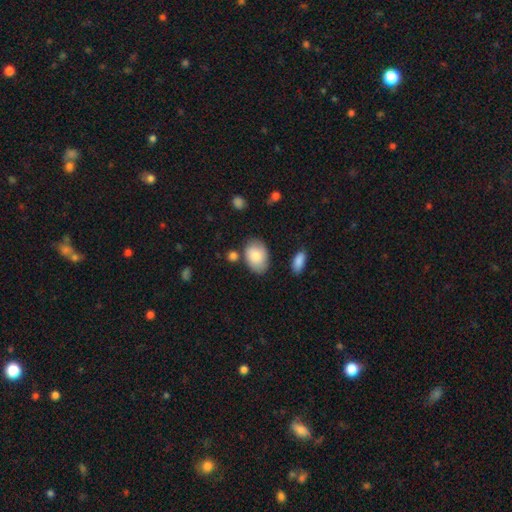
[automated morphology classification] Smooth or featured?
  - smooth: 82% *
  - featured or disk: 12%
  - star or artifact: 6%
How rounded?
  - in between: 85% *
  - round: 14%
  - cigar-shaped: 1%
Merging?
  - none: 70% *
  - minor disturbance: 19%
  - merger: 6%
  - major disturbance: 4%